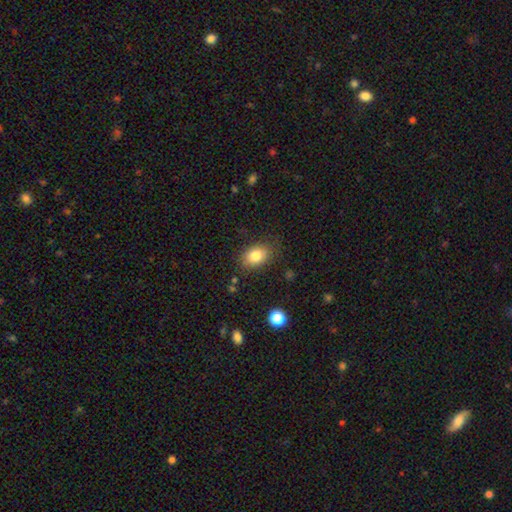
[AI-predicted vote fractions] Smooth or featured? Predicted: smooth (p=0.82). How rounded? Predicted: in between (p=0.77). Merging? Predicted: none (p=0.80).